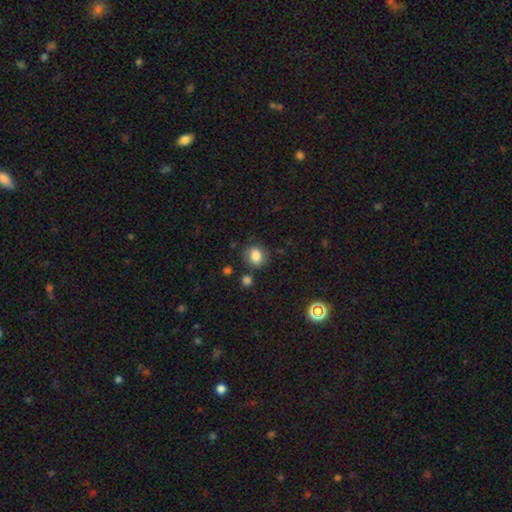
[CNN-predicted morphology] Overall: smooth (82%). How rounded: round (66%; in between 33%). Merging: none (76%).